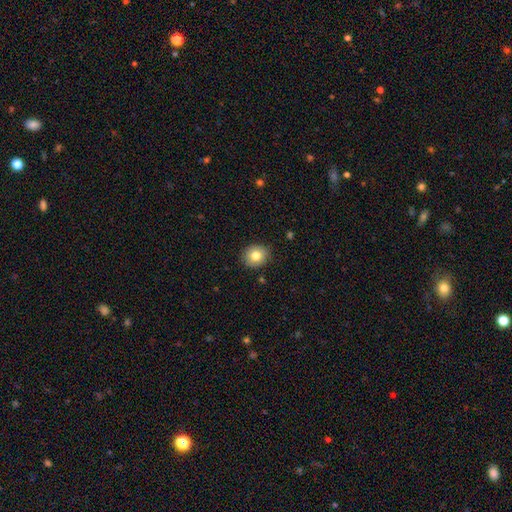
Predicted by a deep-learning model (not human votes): A smooth galaxy with no disk features (79%) that is round (71%). Merging: none (88%).